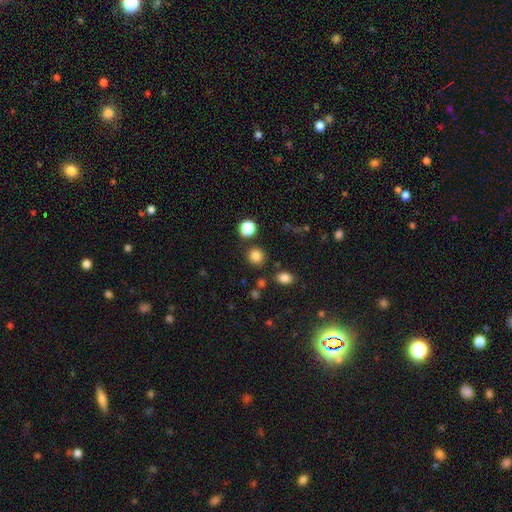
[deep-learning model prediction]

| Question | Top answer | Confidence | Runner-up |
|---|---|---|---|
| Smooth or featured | smooth | 83% | star or artifact (13%) |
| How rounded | round | 89% | in between (10%) |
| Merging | none | 85% | minor disturbance (8%) |